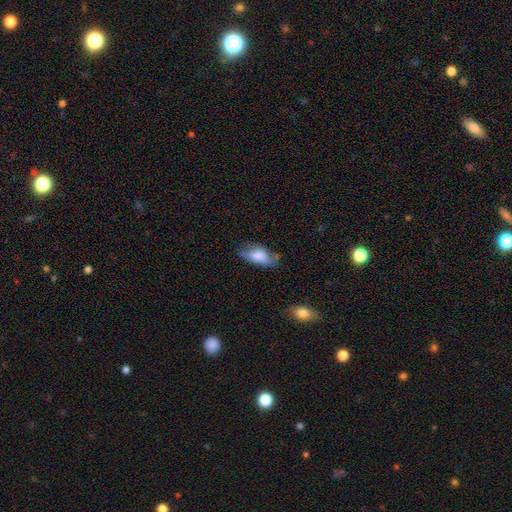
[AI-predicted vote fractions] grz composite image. It shows a smooth galaxy with no disk features (72%) that is in between round and cigar-shaped (88%). Merging: none (59%).